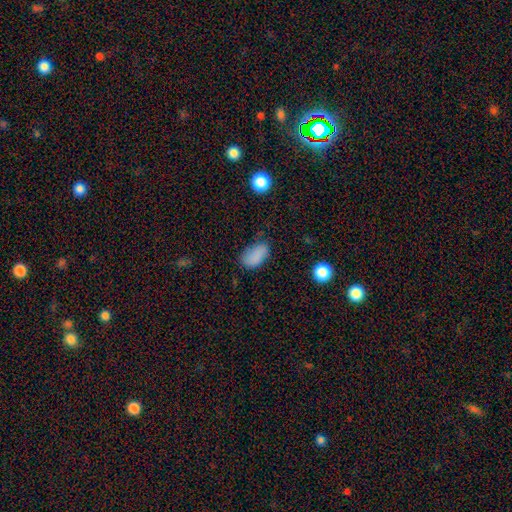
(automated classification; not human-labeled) Smooth or featured? Predicted: smooth (p=0.84). How rounded? Predicted: in between (p=0.92). Merging? Predicted: none (p=0.63).